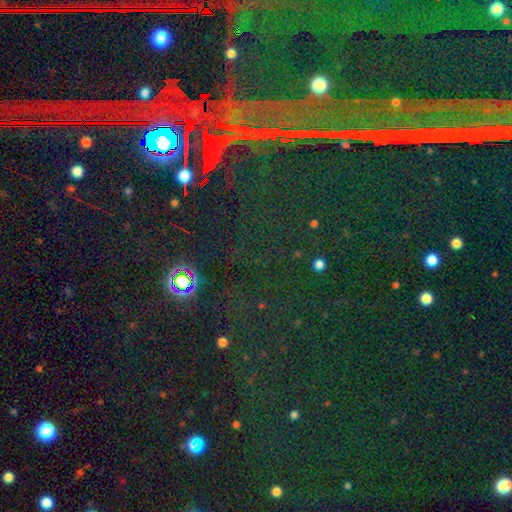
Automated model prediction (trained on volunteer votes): This appears to be a star or artifact, not a galaxy (83%).